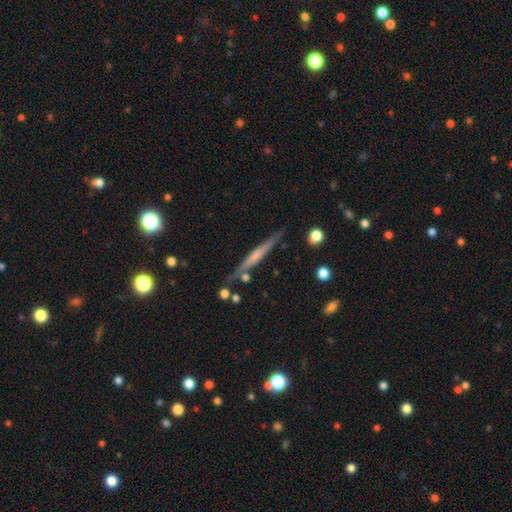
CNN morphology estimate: A featured or disk galaxy (60%) viewed edge-on (96%) with no central bulge (54%).

Vote fractions:
- Smooth or featured? featured or disk: 60% / smooth: 34% / star or artifact: 6%
- Edge-on disk? yes: 96% / no: 4%
- Edge-on bulge? none: 54% / rounded: 35% / boxy: 11%
- Merging? none: 81% / minor disturbance: 12% / merger: 4% / major disturbance: 3%